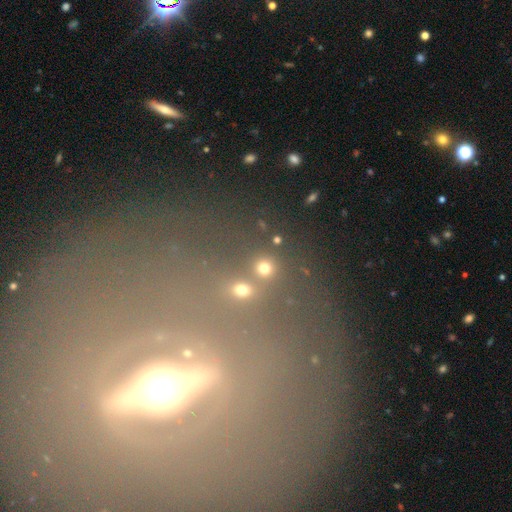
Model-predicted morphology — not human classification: The model was most divided on "edge-on disk": yes: 64%, no: 36%. More confident: merging — none (82%); smooth or featured — featured or disk (67%).